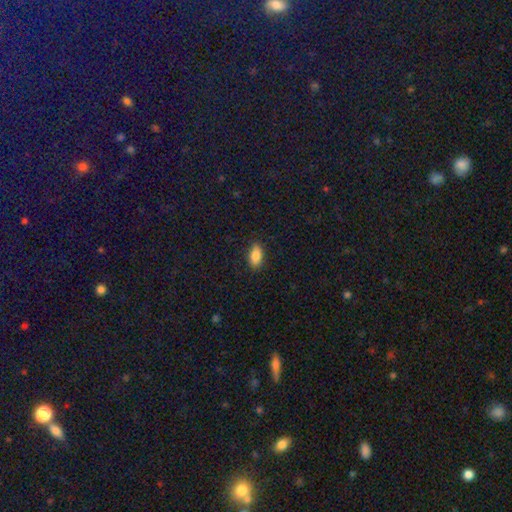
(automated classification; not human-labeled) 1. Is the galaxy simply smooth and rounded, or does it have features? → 87% smooth, 8% star or artifact, 6% featured or disk.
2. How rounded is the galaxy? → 91% in between, 5% cigar-shaped, 4% round.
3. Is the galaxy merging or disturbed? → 88% none, 8% minor disturbance, 2% major disturbance, 1% merger.